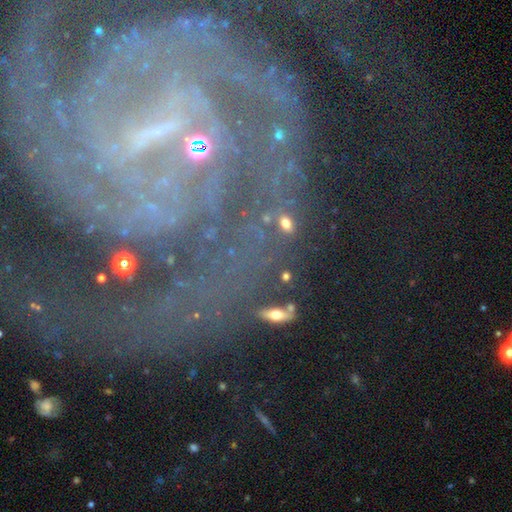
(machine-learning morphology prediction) Smooth or featured: featured or disk — 83% (star or artifact — 10%)
Edge-on disk: no — 97% (yes — 3%)
Bar: weak — 40% (strong — 38%)
Spiral arms: yes — 96% (no — 4%)
Spiral winding: tight — 58% (medium — 33%)
Spiral arm count: 2 — 48% (can't tell — 15%)
Bulge size: small — 60% (moderate — 24%)
Merging: none — 67% (minor disturbance — 15%)